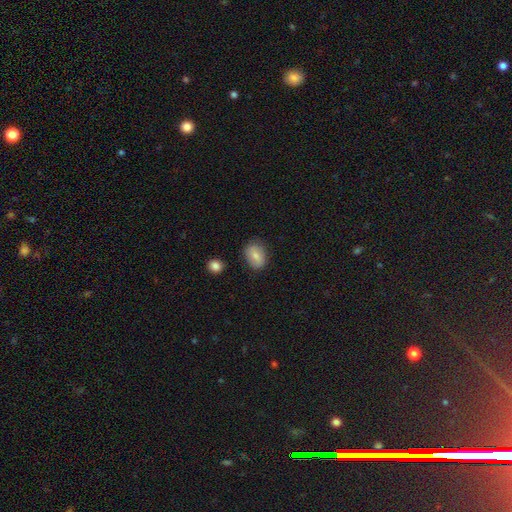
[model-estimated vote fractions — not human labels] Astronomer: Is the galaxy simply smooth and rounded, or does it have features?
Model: smooth — 75%.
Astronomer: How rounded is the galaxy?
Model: in between — 75%.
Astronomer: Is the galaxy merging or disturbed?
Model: none — 78%.